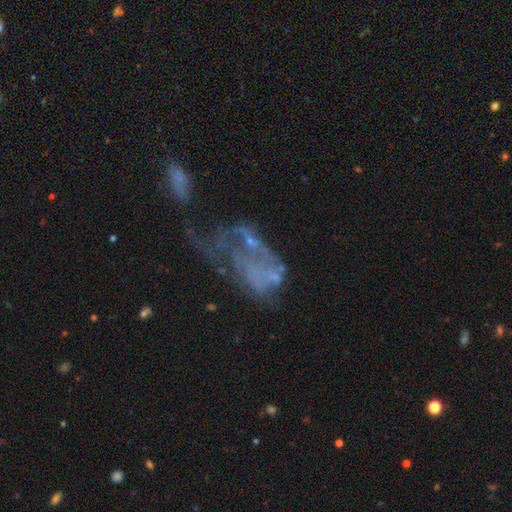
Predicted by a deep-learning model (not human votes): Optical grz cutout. It shows a featured or disk galaxy (55%) with no bar (89%), no spiral arms (82%) and no central bulge (78%). Merging: major disturbance (47%).